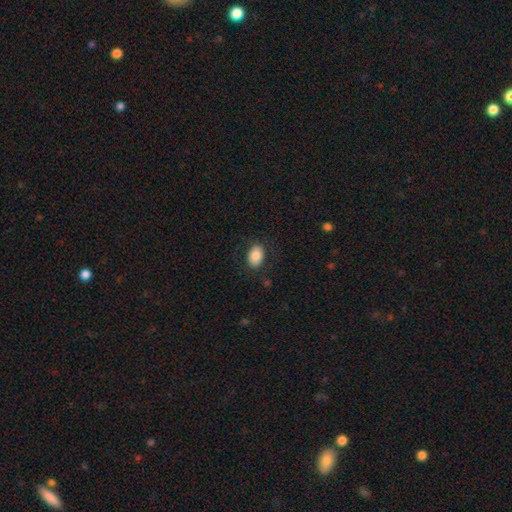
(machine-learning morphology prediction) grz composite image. It shows a smooth galaxy with no disk features (84%) that is in between round and cigar-shaped (79%). Merging: none (84%).